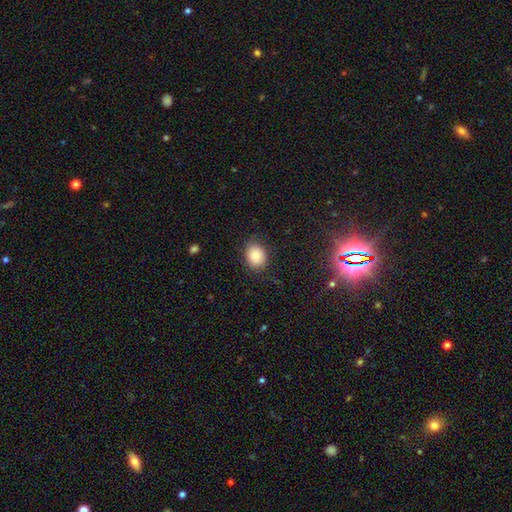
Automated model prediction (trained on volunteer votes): This appears to be a smooth galaxy with no disk features (85%) that is round (50%). Merging: none (82%).